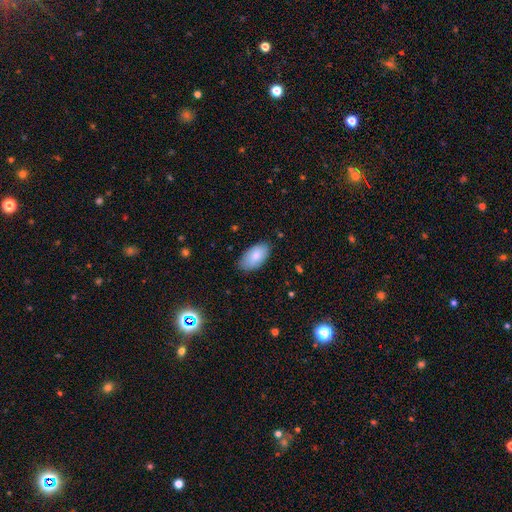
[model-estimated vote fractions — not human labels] smooth_or_featured: smooth (p=0.84) [alt: featured or disk p=0.09]
how_rounded: in between (p=0.95) [alt: round p=0.03]
merging: none (p=0.81) [alt: minor disturbance p=0.15]